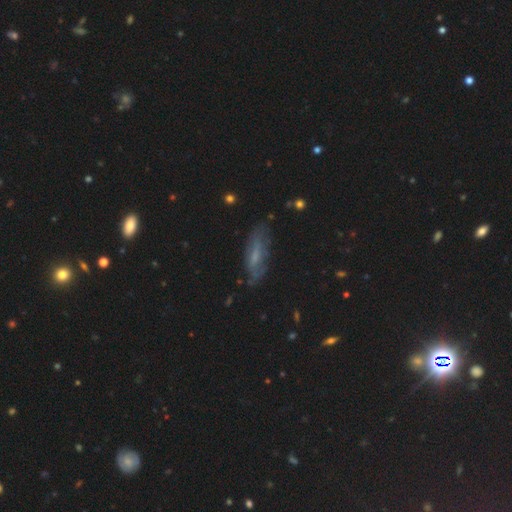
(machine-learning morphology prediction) smooth_or_featured: featured or disk (p=0.48) [alt: smooth p=0.42]
merging: none (p=0.72) [alt: minor disturbance p=0.20]